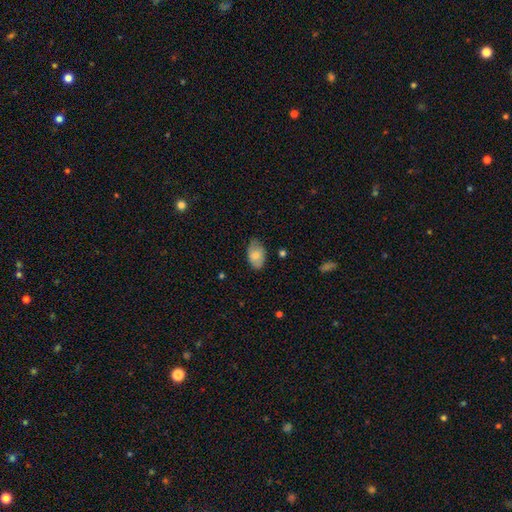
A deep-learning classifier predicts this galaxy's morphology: A smooth galaxy with no disk features (75%) that is in between round and cigar-shaped (90%). Merging: none (71%).